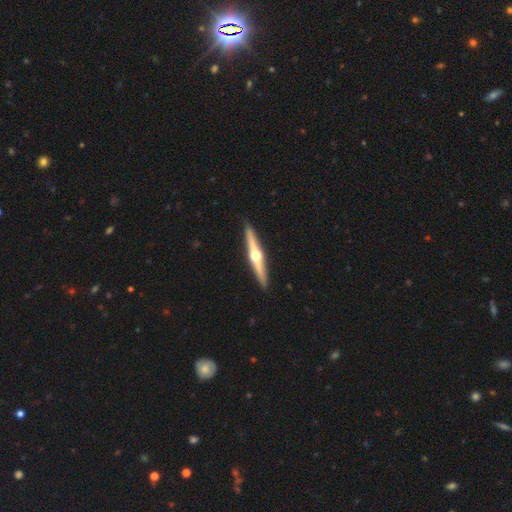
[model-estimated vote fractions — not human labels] Overall: featured or disk (76%). Edge-on disk: yes (98%). Edge-on bulge: rounded (96%). Merging: none (92%).